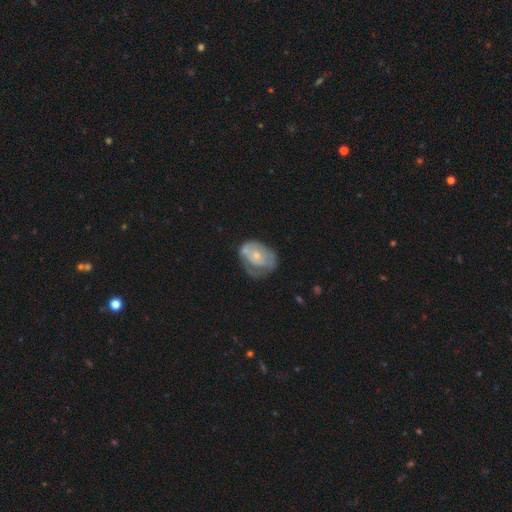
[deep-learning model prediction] Smooth or featured: featured or disk — 54% (smooth — 39%)
Edge-on disk: no — 96% (yes — 4%)
Bar: no — 81% (weak — 16%)
Spiral arms: no — 53% (yes — 47%)
Bulge size: small — 59% (moderate — 35%)
Merging: none — 38% (minor disturbance — 33%)